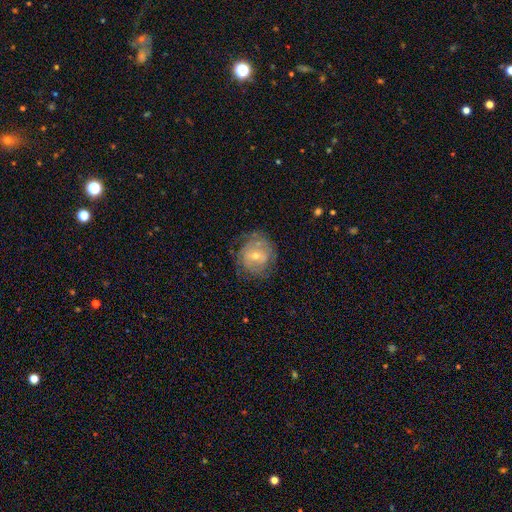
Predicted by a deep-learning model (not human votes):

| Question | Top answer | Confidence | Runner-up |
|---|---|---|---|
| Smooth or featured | featured or disk | 66% | smooth (24%) |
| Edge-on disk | no | 96% | yes (4%) |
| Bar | no | 47% | weak (40%) |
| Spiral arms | yes | 75% | no (25%) |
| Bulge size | small | 51% | moderate (45%) |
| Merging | none | 70% | minor disturbance (19%) |